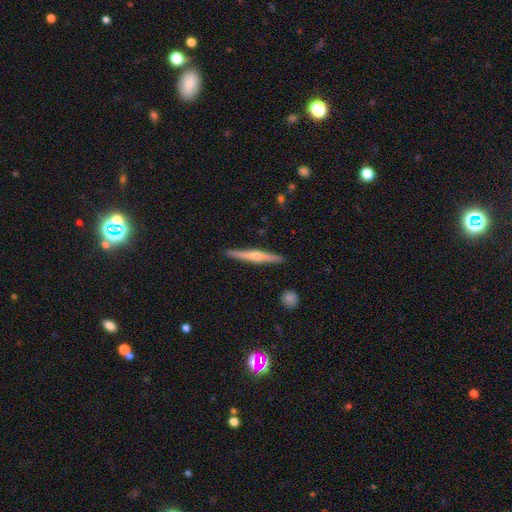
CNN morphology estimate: A featured or disk galaxy (65%) viewed edge-on (98%) with a rounded central bulge (78%).

Vote fractions:
- Smooth or featured? featured or disk: 65% / smooth: 29% / star or artifact: 6%
- Edge-on disk? yes: 98% / no: 2%
- Edge-on bulge? rounded: 78% / none: 13% / boxy: 8%
- Merging? none: 90% / minor disturbance: 7% / major disturbance: 1% / merger: 1%